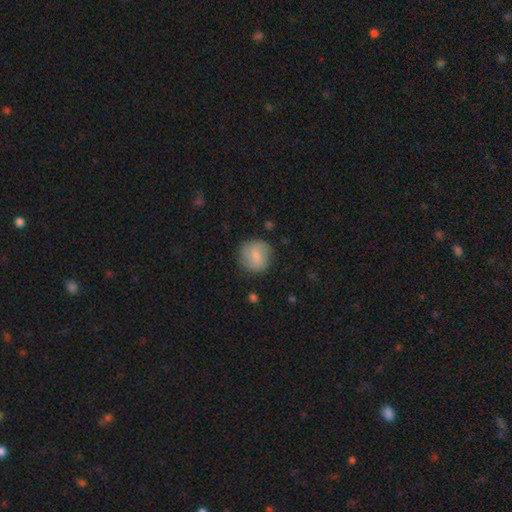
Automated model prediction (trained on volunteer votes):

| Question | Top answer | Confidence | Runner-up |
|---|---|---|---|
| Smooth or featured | smooth | 72% | featured or disk (22%) |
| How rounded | round | 91% | in between (8%) |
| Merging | none | 80% | minor disturbance (14%) |